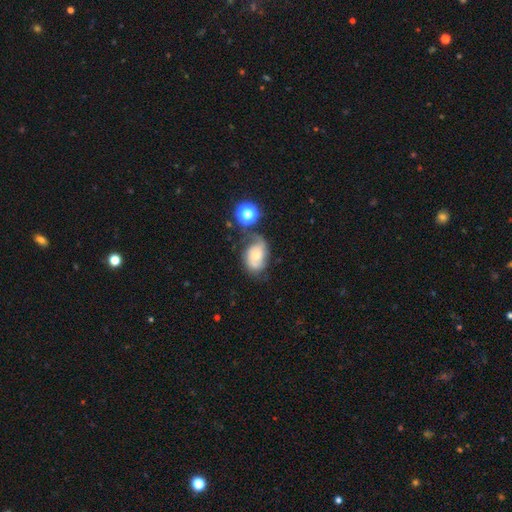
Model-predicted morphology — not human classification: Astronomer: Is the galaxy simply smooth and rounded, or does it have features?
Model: featured or disk — 51% (runner-up: smooth, 38%).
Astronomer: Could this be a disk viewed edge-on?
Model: no — 96%.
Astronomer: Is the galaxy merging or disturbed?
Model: none — 41% (runner-up: minor disturbance, 29%).